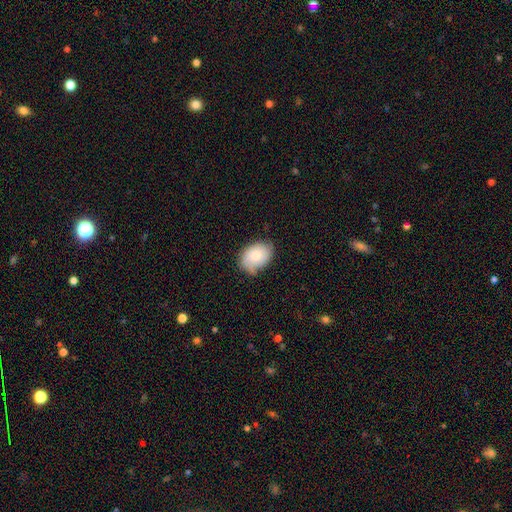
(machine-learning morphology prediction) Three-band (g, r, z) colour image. It shows a smooth galaxy with no disk features (74%) that is in between round and cigar-shaped (77%). Merging: none (62%).